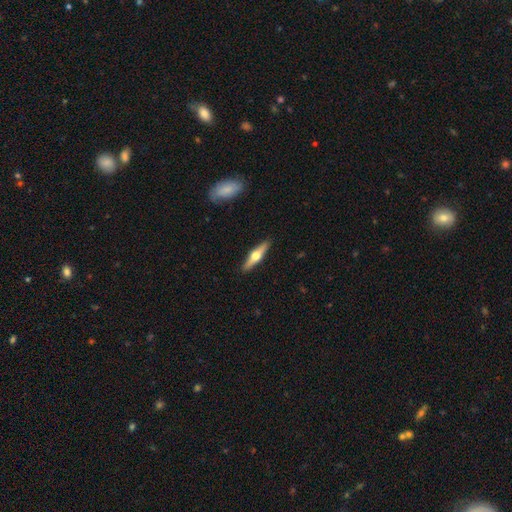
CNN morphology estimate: Smooth or featured?
  - featured or disk: 63% *
  - smooth: 32%
  - star or artifact: 5%
Edge-on disk?
  - yes: 96% *
  - no: 4%
Edge-on bulge?
  - rounded: 96% *
  - boxy: 2%
  - none: 2%
Merging?
  - none: 91% *
  - minor disturbance: 6%
  - major disturbance: 1%
  - merger: 1%